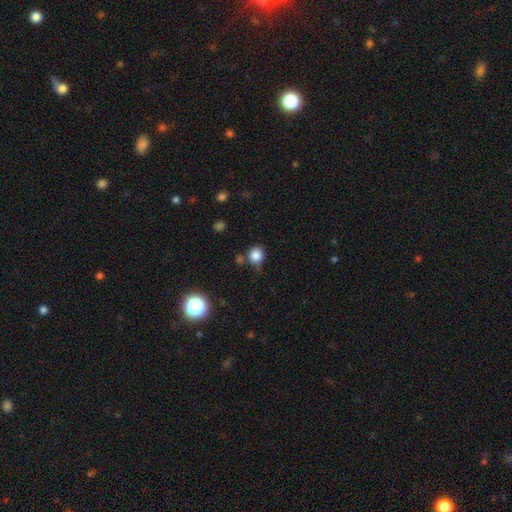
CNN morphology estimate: This is clearly a smooth galaxy (84%). How rounded: clearly round (85%). Merging: likely none (67%).